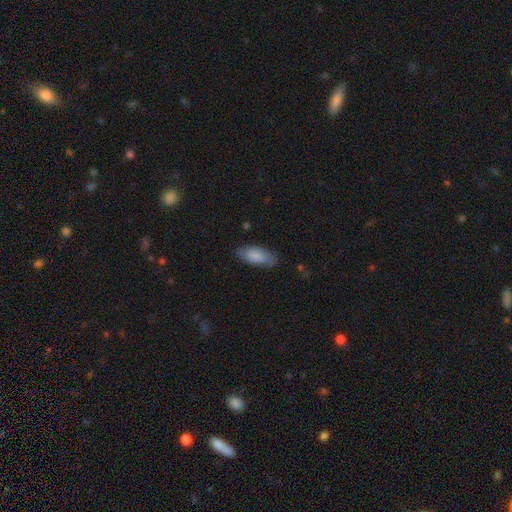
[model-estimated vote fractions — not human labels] smooth_or_featured: smooth (p=0.80) [alt: featured or disk p=0.14]
how_rounded: in between (p=0.87) [alt: cigar-shaped p=0.11]
merging: none (p=0.76) [alt: minor disturbance p=0.19]